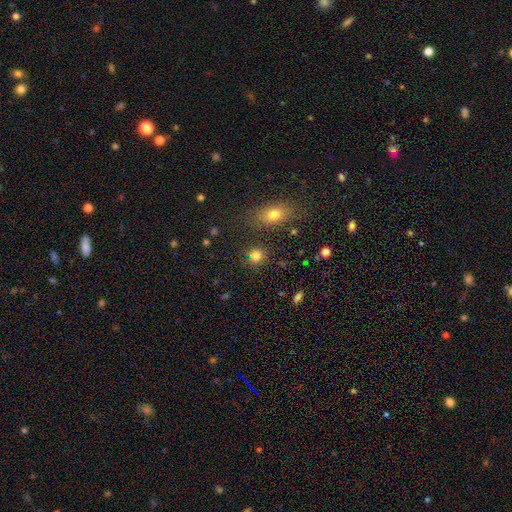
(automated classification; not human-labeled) Morphology: type=smooth (80%); roundness=round (84%); merging=none (82%).